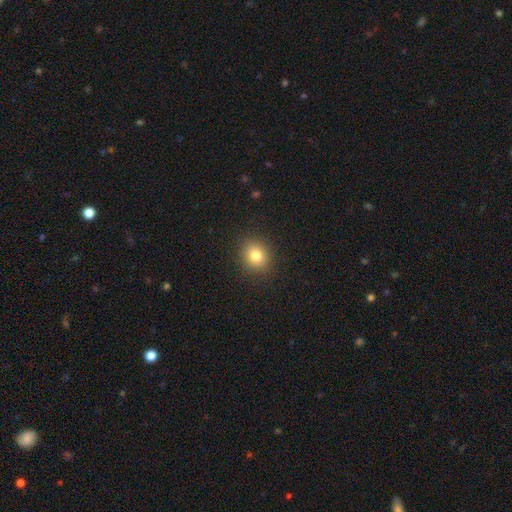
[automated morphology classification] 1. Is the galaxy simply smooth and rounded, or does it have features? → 80% smooth, 12% star or artifact, 8% featured or disk.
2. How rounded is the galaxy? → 72% round, 27% in between, 1% cigar-shaped.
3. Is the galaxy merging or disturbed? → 90% none, 7% minor disturbance, 2% major disturbance, 1% merger.